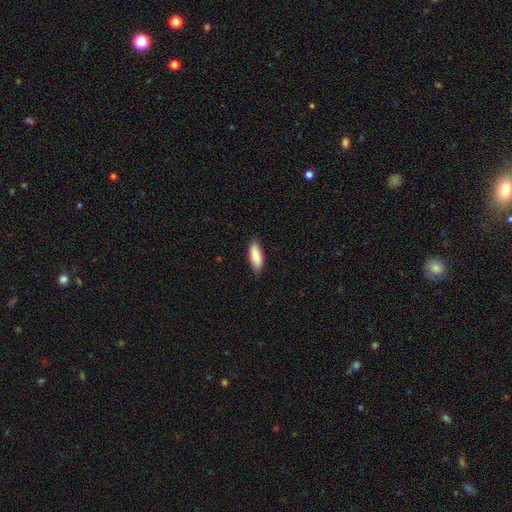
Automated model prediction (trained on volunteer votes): smooth_or_featured: smooth (p=0.89) [alt: featured or disk p=0.06]
how_rounded: in between (p=0.73) [alt: cigar-shaped p=0.25]
merging: none (p=0.84) [alt: minor disturbance p=0.13]